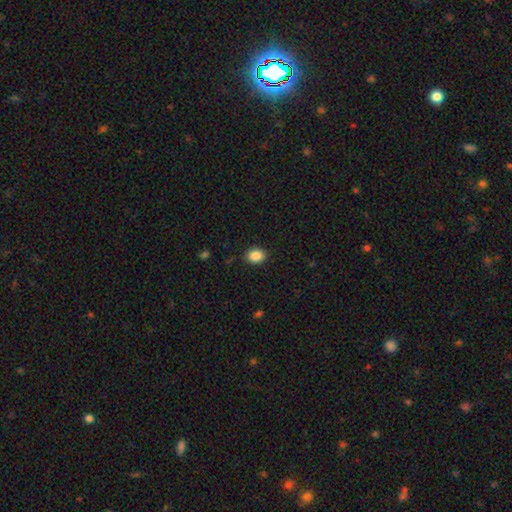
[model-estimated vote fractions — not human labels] This is clearly a smooth galaxy (87%). How rounded: possibly round (52%). Merging: clearly none (88%).